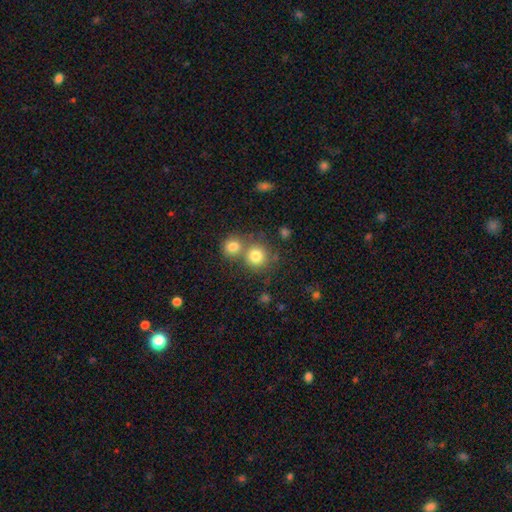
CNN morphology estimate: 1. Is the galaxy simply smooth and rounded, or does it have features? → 79% smooth, 11% star or artifact, 10% featured or disk.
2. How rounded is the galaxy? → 87% round, 12% in between, 1% cigar-shaped.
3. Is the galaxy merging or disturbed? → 51% none, 38% merger, 8% minor disturbance, 3% major disturbance.